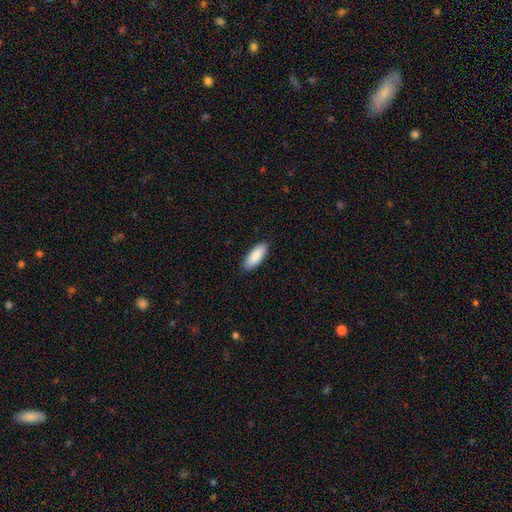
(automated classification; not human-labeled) This appears to be a smooth galaxy with no disk features (88%) that is in between round and cigar-shaped (79%). Merging: none (89%).